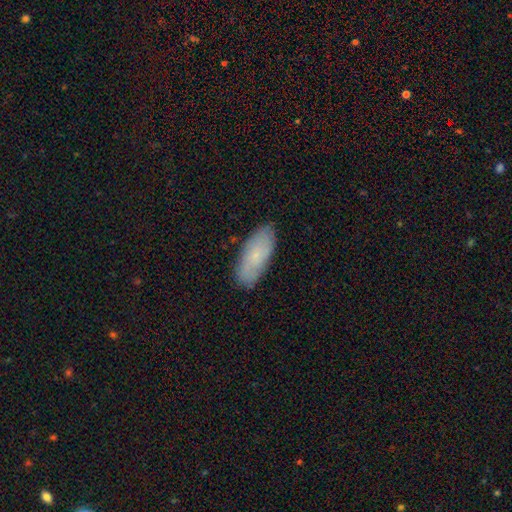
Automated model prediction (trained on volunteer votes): The model was most divided on "smooth or featured": smooth: 67%, featured or disk: 26%, star or artifact: 7%. More confident: merging — none (84%); how rounded — in between (81%).